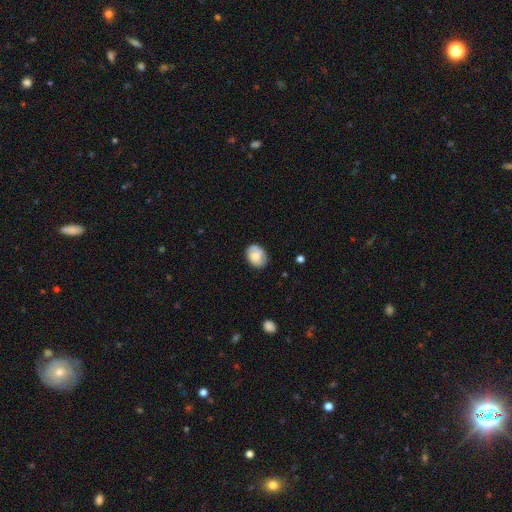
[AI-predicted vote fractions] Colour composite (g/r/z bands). It shows a smooth galaxy with no disk features (71%) that is in between round and cigar-shaped (63%). Merging: none (72%).